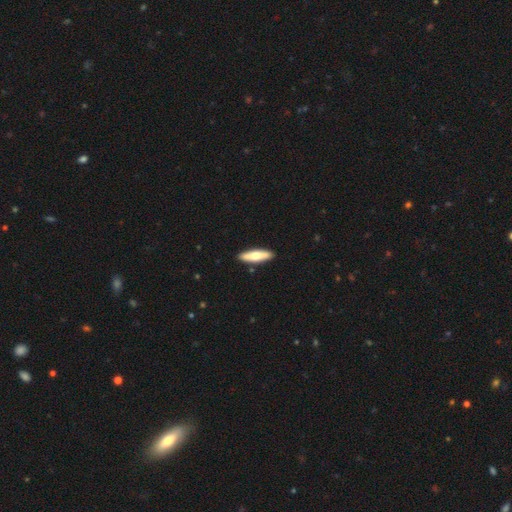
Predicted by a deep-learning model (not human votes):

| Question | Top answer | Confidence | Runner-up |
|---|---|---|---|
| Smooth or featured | smooth | 65% | featured or disk (30%) |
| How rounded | cigar-shaped | 61% | in between (37%) |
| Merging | none | 90% | minor disturbance (7%) |